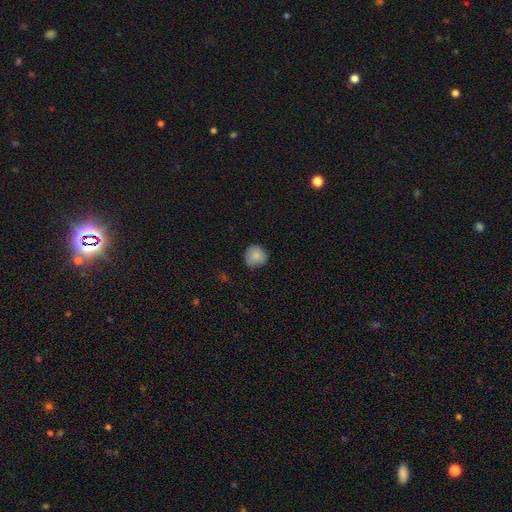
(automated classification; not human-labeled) A smooth galaxy with no disk features (86%) that is round (91%).

Vote fractions:
- Smooth or featured? smooth: 86% / star or artifact: 8% / featured or disk: 6%
- How rounded? round: 91% / in between: 8% / cigar-shaped: 1%
- Merging? none: 78% / minor disturbance: 18% / major disturbance: 3% / merger: 1%